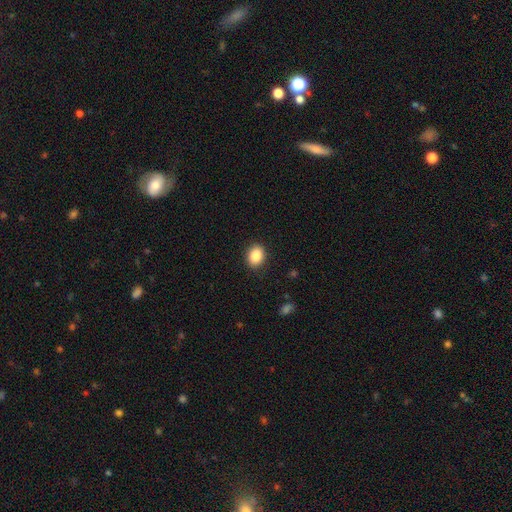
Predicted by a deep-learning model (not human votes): Smooth or featured? Predicted: smooth (p=0.87). How rounded? Predicted: in between (p=0.59). Merging? Predicted: none (p=0.89).